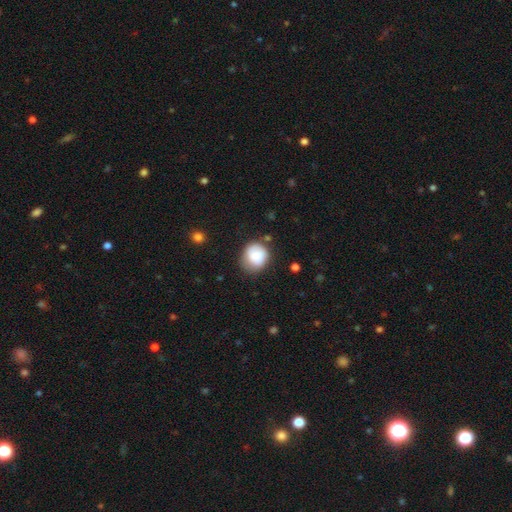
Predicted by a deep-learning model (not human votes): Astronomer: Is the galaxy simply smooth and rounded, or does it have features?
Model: smooth — 76%.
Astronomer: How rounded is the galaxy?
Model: round — 76%.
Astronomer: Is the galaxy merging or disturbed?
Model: none — 68%.